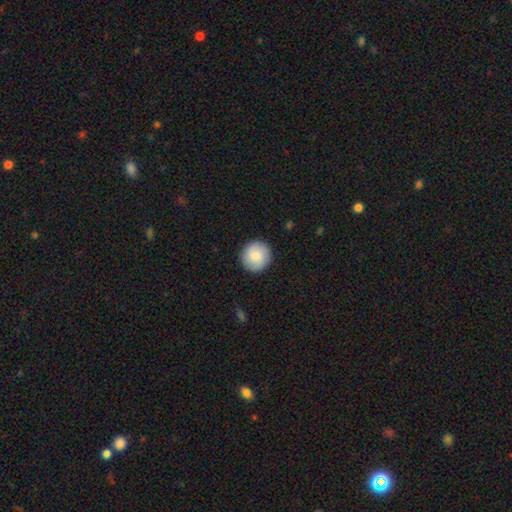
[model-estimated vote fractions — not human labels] This is clearly a smooth galaxy (83%). How rounded: clearly round (95%). Merging: clearly none (91%).